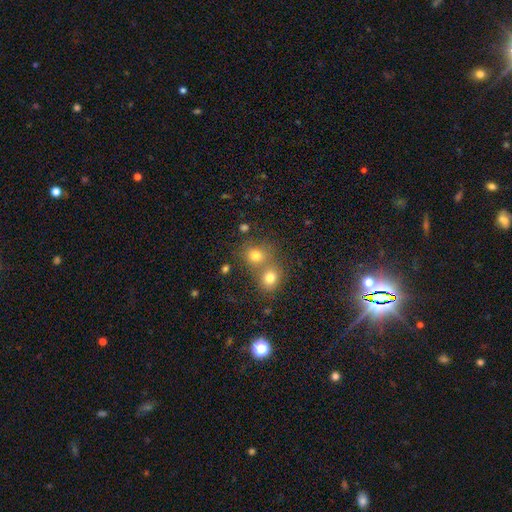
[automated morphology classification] type=smooth (76%); roundness=round (76%); merging=merger (46%).